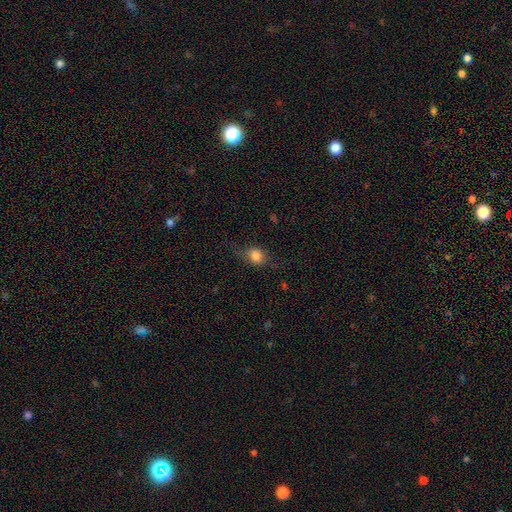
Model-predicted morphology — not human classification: Smooth or featured? Predicted: smooth (p=0.75). How rounded? Predicted: round (p=0.50). Merging? Predicted: none (p=0.68).